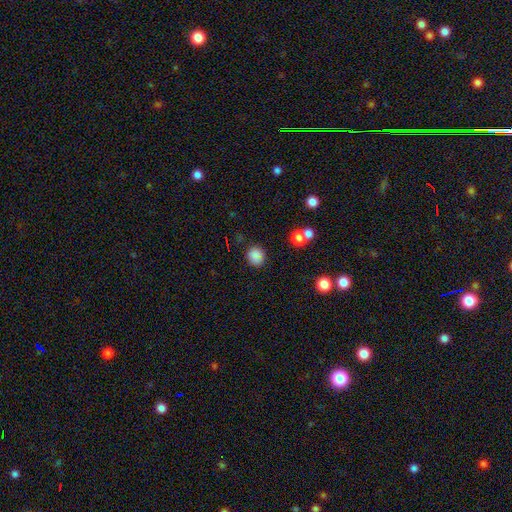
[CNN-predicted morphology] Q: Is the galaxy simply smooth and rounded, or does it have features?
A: smooth — 83%.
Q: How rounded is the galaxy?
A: round — 81%.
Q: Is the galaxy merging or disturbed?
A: none — 81%.